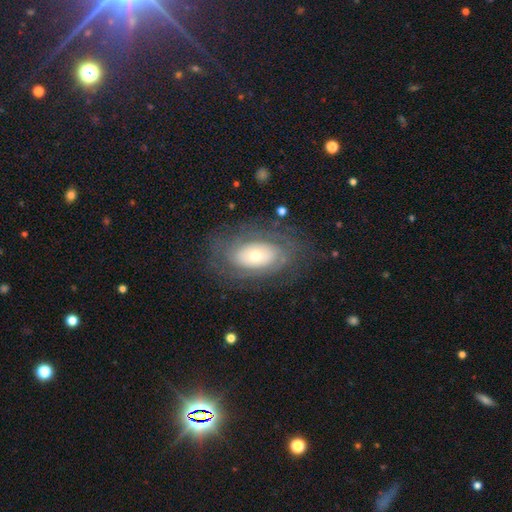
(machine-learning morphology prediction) smooth_or_featured: featured or disk (p=0.63) [alt: smooth p=0.29]
disk_edge_on: no (p=0.93) [alt: yes p=0.07]
bar: no (p=0.85) [alt: weak p=0.11]
has_spiral_arms: yes (p=0.63) [alt: no p=0.37]
bulge_size: moderate (p=0.53) [alt: small p=0.34]
merging: none (p=0.73) [alt: minor disturbance p=0.15]